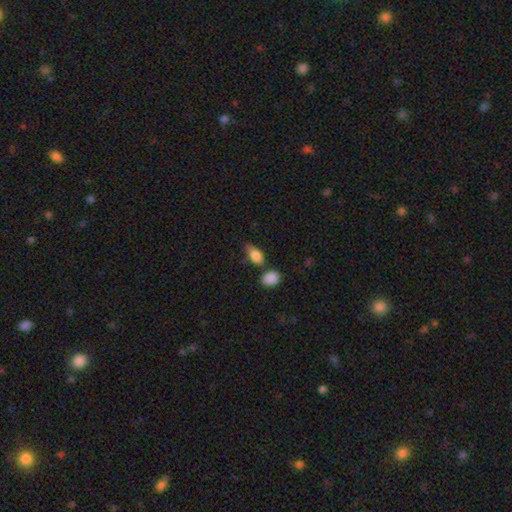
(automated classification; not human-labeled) smooth 83%, featured or disk 9%, star or artifact 8%. Down the decision tree: how rounded — in between (85%); merging — none (49%).